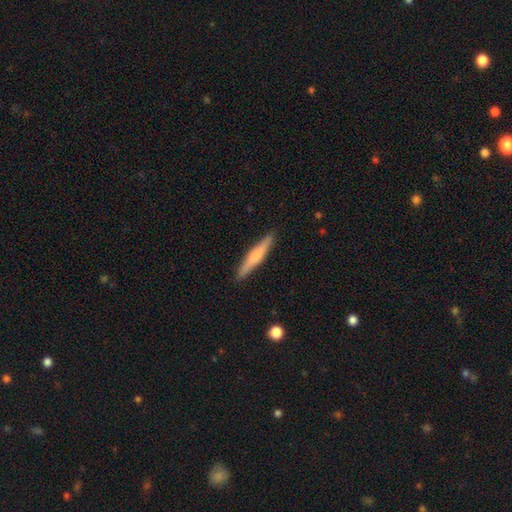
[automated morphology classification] This is possibly a smooth galaxy (53%). How rounded: clearly cigar-shaped (92%). Merging: clearly none (90%).